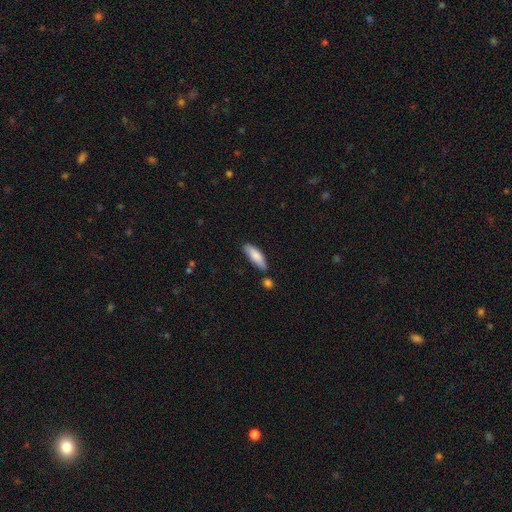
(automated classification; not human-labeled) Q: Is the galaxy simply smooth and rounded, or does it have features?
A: smooth — 82%.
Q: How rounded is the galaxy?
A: in between — 55%.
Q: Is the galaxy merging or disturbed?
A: none — 70%.